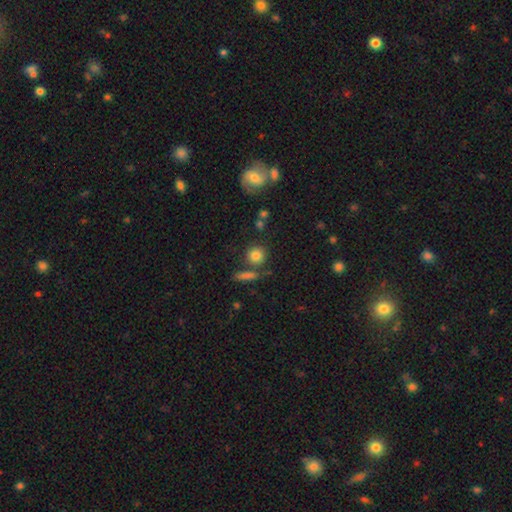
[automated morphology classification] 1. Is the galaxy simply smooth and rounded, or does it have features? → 81% smooth, 11% star or artifact, 8% featured or disk.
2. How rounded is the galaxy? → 87% round, 11% in between, 2% cigar-shaped.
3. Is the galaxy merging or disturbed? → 73% none, 13% merger, 10% minor disturbance, 4% major disturbance.